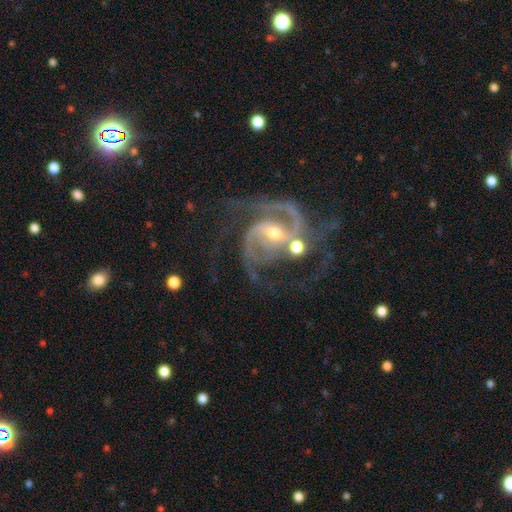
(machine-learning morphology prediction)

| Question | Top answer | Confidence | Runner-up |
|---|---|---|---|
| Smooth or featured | featured or disk | 92% | star or artifact (5%) |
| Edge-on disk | no | 98% | yes (2%) |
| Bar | weak | 41% | no (31%) |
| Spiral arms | yes | 98% | no (2%) |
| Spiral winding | medium | 58% | tight (26%) |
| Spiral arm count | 2 | 69% | 3 (17%) |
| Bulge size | moderate | 52% | small (43%) |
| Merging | none | 48% | major disturbance (20%) |